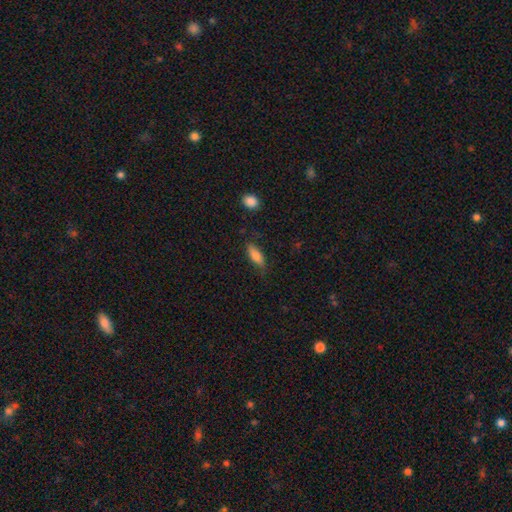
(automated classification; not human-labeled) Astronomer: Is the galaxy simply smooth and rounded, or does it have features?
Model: smooth — 81%.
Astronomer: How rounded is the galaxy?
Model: in between — 66%.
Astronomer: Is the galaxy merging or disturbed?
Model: none — 71%.